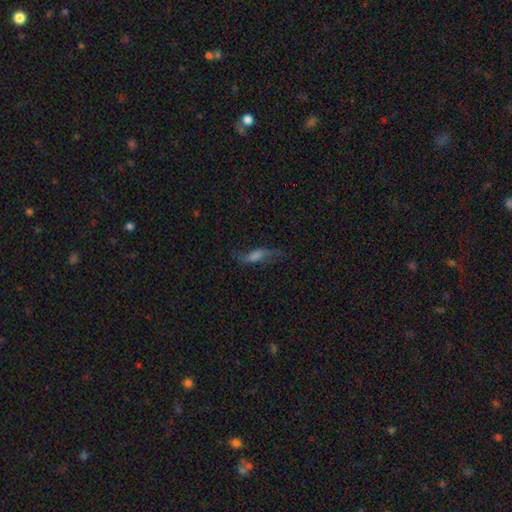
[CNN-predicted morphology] Smooth or featured: featured or disk — 54% (smooth — 33%)
Edge-on disk: no — 69% (yes — 31%)
Merging: none — 62% (minor disturbance — 20%)